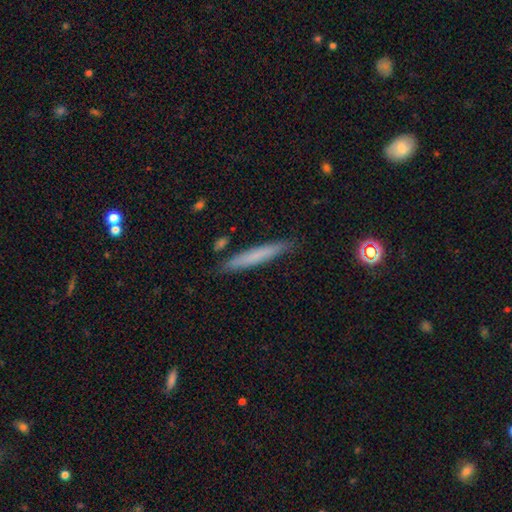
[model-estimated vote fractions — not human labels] A smooth galaxy with no disk features (68%) that is cigar-shaped (95%).

Vote fractions:
- Smooth or featured? smooth: 68% / featured or disk: 25% / star or artifact: 7%
- How rounded? cigar-shaped: 95% / in between: 4% / round: 1%
- Merging? none: 87% / minor disturbance: 9% / merger: 2% / major disturbance: 2%